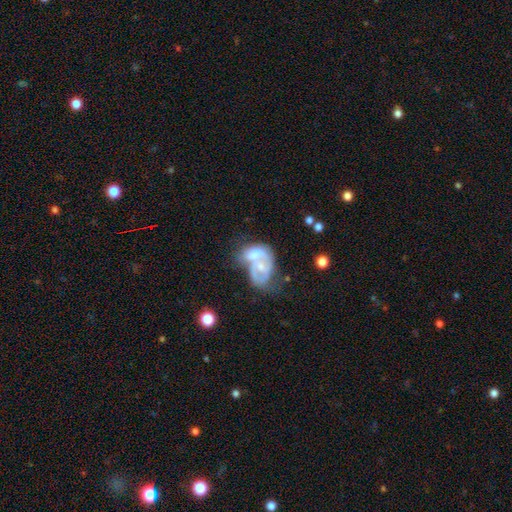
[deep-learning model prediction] featured or disk 55%, smooth 38%, star or artifact 7%. Down the decision tree: edge-on disk — no (97%); bar — no (72%); spiral arms — no (59%); bulge size — moderate (49%); merging — merger (67%).